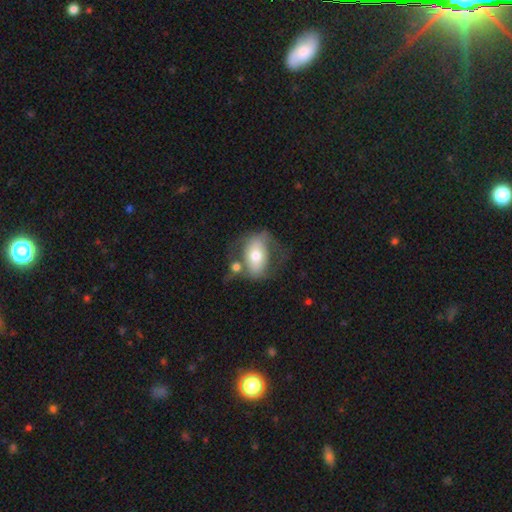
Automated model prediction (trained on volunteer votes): Smooth or featured? smooth (52%)
How rounded? in between (85%)
Merging? none (40%)